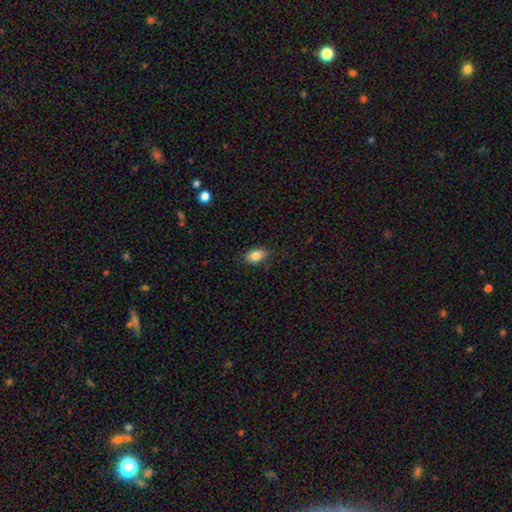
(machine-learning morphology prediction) This appears to be a smooth galaxy with no disk features (84%) that is in between round and cigar-shaped (88%). Merging: none (83%).